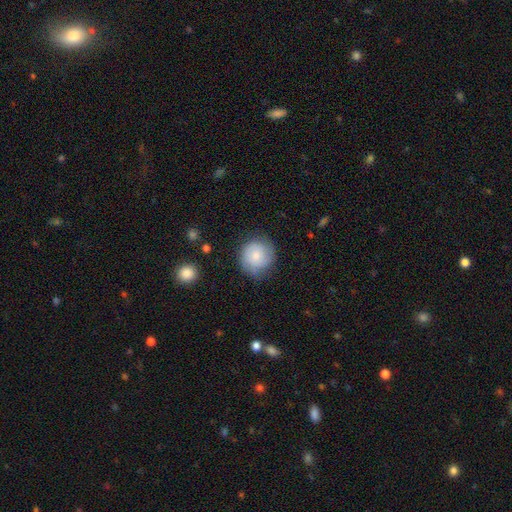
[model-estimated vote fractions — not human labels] Smooth or featured? smooth (68%)
How rounded? round (91%)
Merging? none (72%)